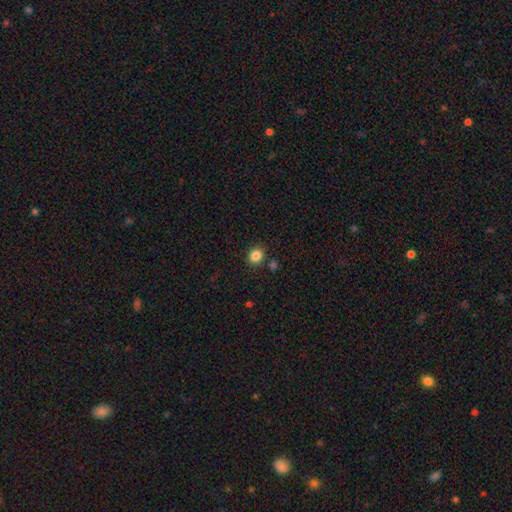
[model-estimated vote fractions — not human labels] Smooth or featured: smooth — 85% (star or artifact — 11%)
How rounded: round — 73% (in between — 26%)
Merging: none — 85% (minor disturbance — 8%)